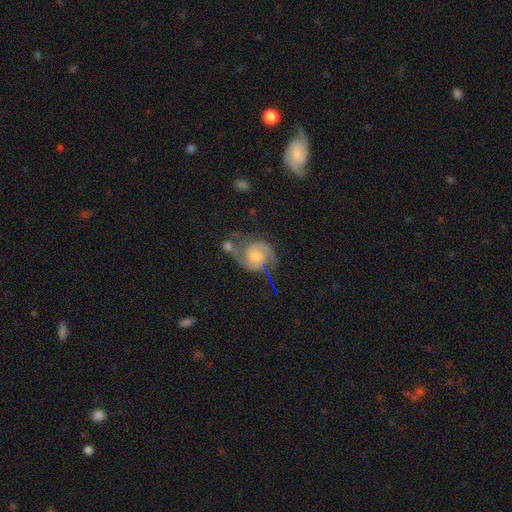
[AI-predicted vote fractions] A featured or disk galaxy (83%) with no bar (68%), 2 (89%) medium (52%) spiral arms (96%) and a moderate central bulge (49%).

Vote fractions:
- Smooth or featured? featured or disk: 83% / smooth: 10% / star or artifact: 7%
- Edge-on disk? no: 98% / yes: 2%
- Bar? no: 68% / weak: 27% / strong: 5%
- Spiral arms? yes: 96% / no: 4%
- Spiral winding? medium: 52% / tight: 30% / loose: 19%
- Spiral arm count? 2: 89% / can't tell: 4% / 3: 3% / 1: 2% / 4: 1% / more than 4: 1%
- Bulge size? moderate: 49% / small: 32% / large: 10% / none: 7% / dominant: 2%
- Merging? none: 51% / minor disturbance: 20% / merger: 16% / major disturbance: 13%